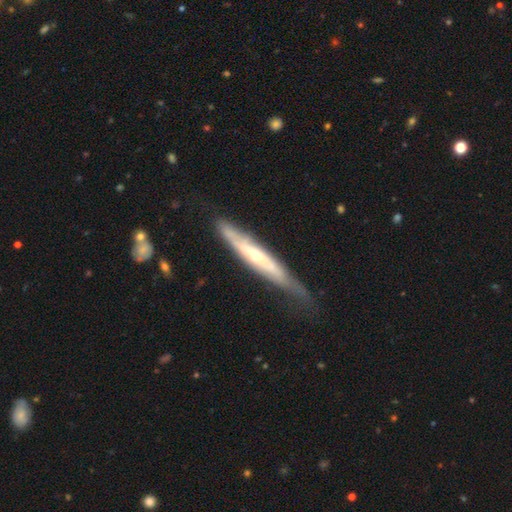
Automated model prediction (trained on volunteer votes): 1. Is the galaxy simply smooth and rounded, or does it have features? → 68% featured or disk, 26% smooth, 6% star or artifact.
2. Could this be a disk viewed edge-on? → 74% yes, 26% no.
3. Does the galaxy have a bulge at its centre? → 64% rounded, 31% none, 5% boxy.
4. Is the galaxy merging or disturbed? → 64% none, 27% minor disturbance, 7% major disturbance, 2% merger.